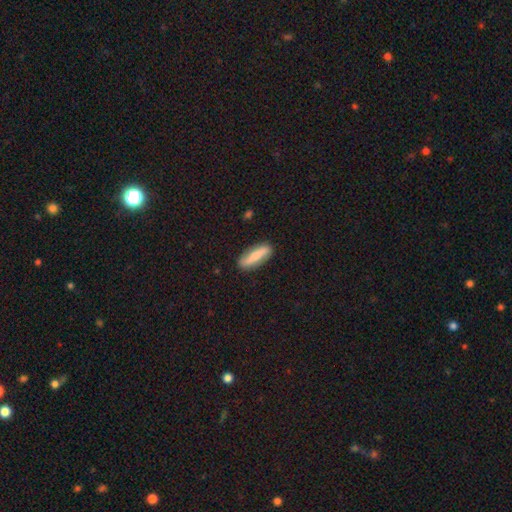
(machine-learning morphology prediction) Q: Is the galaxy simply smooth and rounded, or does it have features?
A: smooth — 56%.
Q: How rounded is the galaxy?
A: cigar-shaped — 57%.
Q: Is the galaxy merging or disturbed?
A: none — 86%.